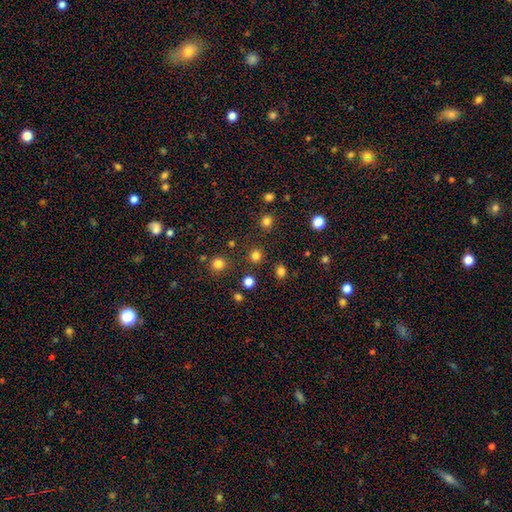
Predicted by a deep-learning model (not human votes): Smooth or featured? smooth (78%)
How rounded? round (90%)
Merging? none (87%)